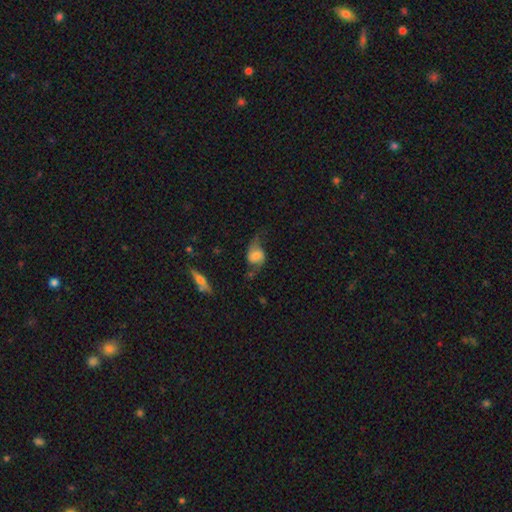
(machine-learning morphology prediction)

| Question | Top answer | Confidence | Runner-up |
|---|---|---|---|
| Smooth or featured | smooth | 45% | tied: featured or disk (45%) |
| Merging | none | 45% | minor disturbance (28%) |